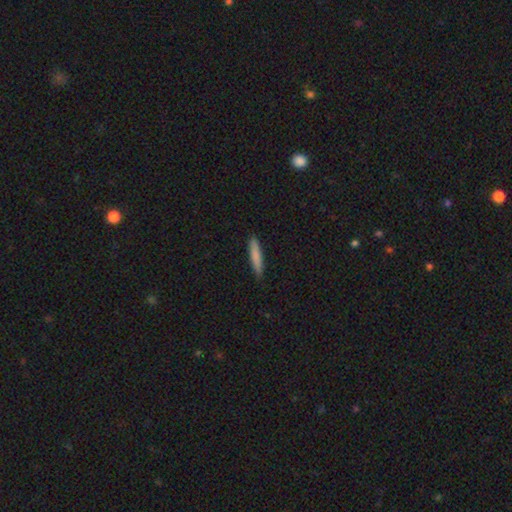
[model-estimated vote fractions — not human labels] A smooth galaxy with no disk features (83%) that is cigar-shaped (90%). Merging: none (87%).